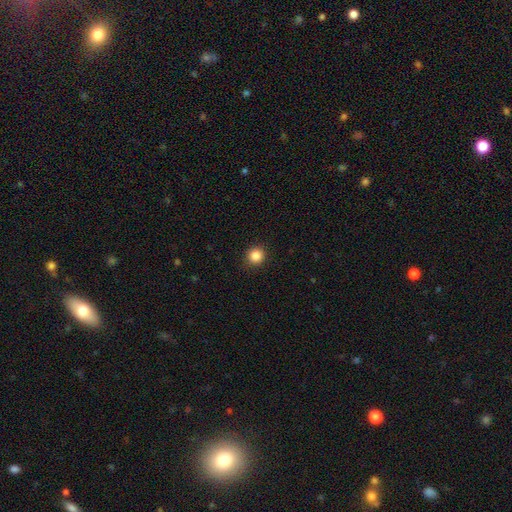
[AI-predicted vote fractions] Overall: smooth (86%). How rounded: round (93%). Merging: none (91%).